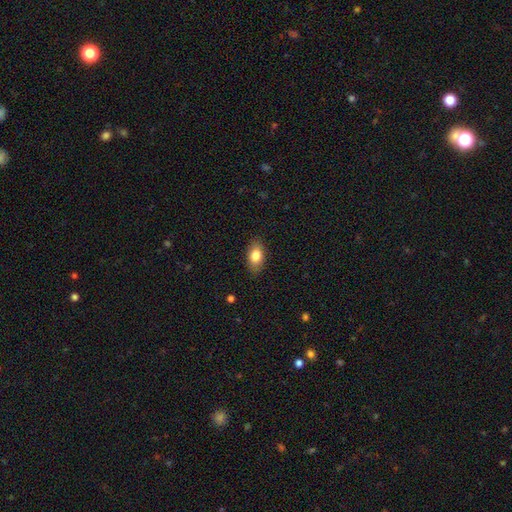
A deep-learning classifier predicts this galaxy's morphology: This appears to be a smooth galaxy with no disk features (81%) that is in between round and cigar-shaped (89%). Merging: none (86%).